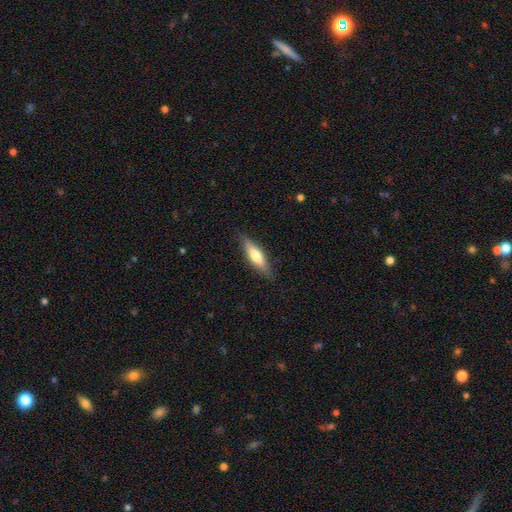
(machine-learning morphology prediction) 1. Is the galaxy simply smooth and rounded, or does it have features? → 56% smooth, 38% featured or disk, 6% star or artifact.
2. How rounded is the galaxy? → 63% cigar-shaped, 35% in between, 2% round.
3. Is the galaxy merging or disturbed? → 84% none, 13% minor disturbance, 3% major disturbance, 1% merger.